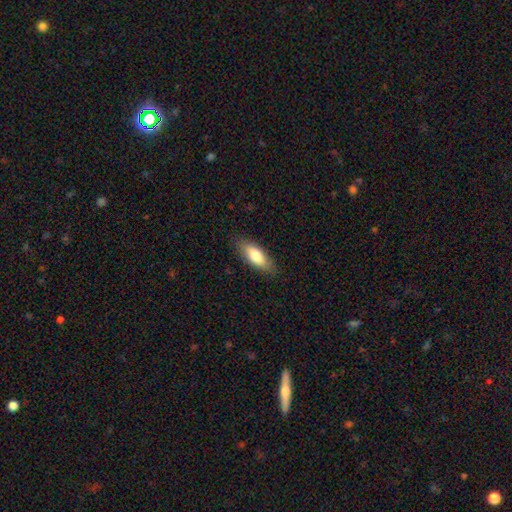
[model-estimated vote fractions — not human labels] Q: Smooth or featured?
A: smooth (76%); runner-up: featured or disk (18%)
Q: How rounded?
A: in between (74%); runner-up: cigar-shaped (24%)
Q: Merging?
A: none (85%); runner-up: minor disturbance (12%)